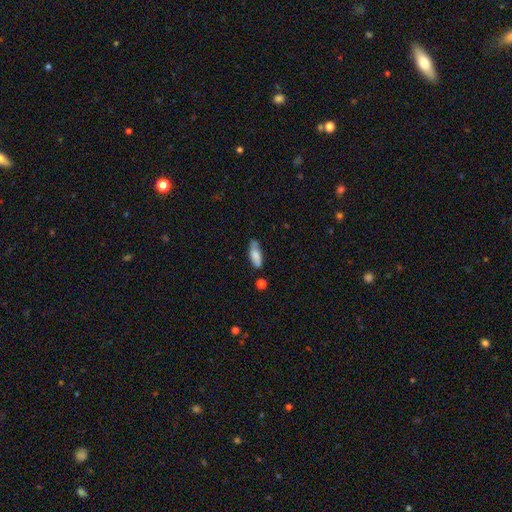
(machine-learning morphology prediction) This appears to be a smooth galaxy with no disk features (73%) that is in between round and cigar-shaped (66%). Merging: none (62%).